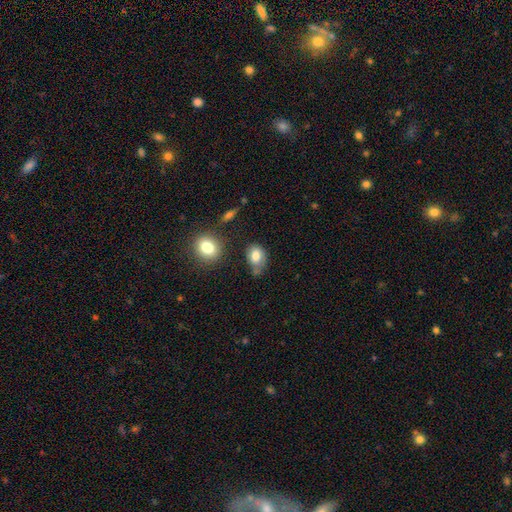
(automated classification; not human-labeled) smooth 79%, featured or disk 12%, star or artifact 10%. Down the decision tree: how rounded — in between (70%); merging — none (51%).